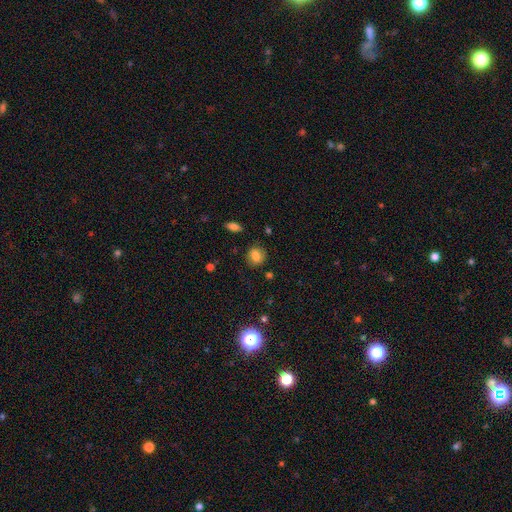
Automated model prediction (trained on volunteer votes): smooth-or-featured: smooth: 75% | featured or disk: 13% | star or artifact: 12%
  how-rounded: round: 65% | in between: 34% | cigar-shaped: 2%
  merging: none: 82% | minor disturbance: 13% | major disturbance: 4% | merger: 2%